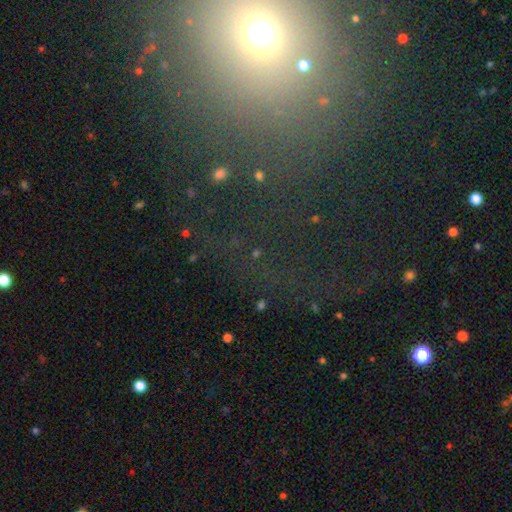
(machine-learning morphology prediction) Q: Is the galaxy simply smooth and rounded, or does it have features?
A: star or artifact — 62%.